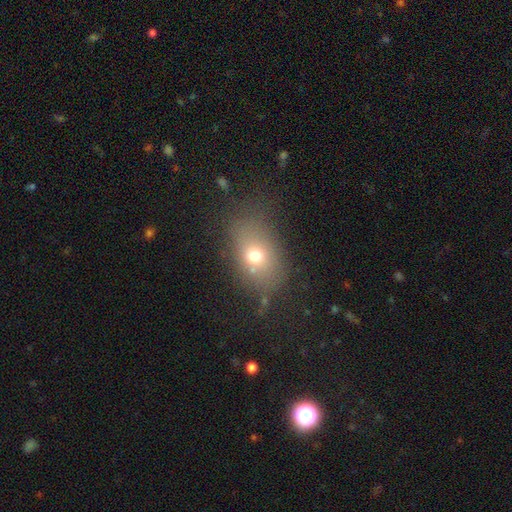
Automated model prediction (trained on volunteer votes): This is likely a smooth galaxy (67%). How rounded: likely in between (72%). Merging: likely none (68%).